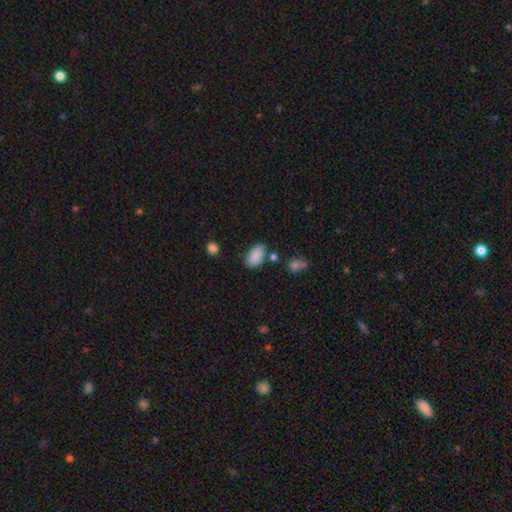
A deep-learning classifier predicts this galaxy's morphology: The model was most divided on "merging": none: 73%, minor disturbance: 17%, merger: 6%, major disturbance: 4%. More confident: how rounded — in between (93%); smooth or featured — smooth (87%).